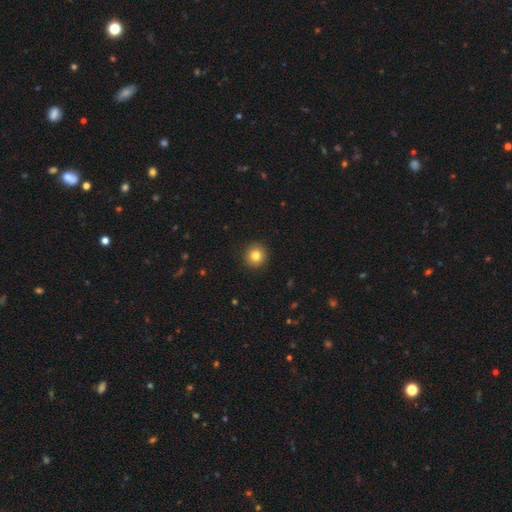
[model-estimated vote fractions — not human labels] Morphology: type=smooth (82%); roundness=round (93%); merging=none (93%).